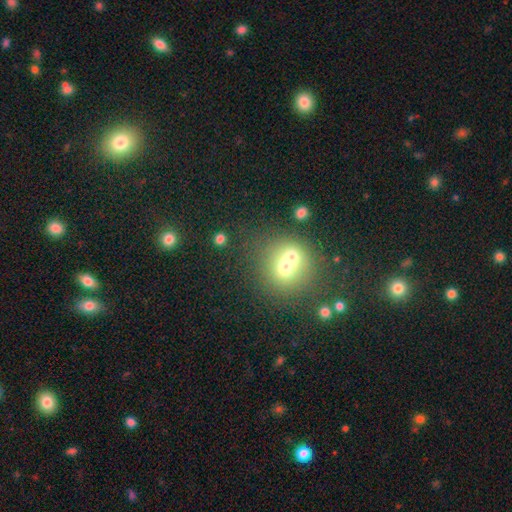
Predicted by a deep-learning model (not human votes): Smooth or featured? smooth (54%)
How rounded? round (70%)
Merging? merger (47%)